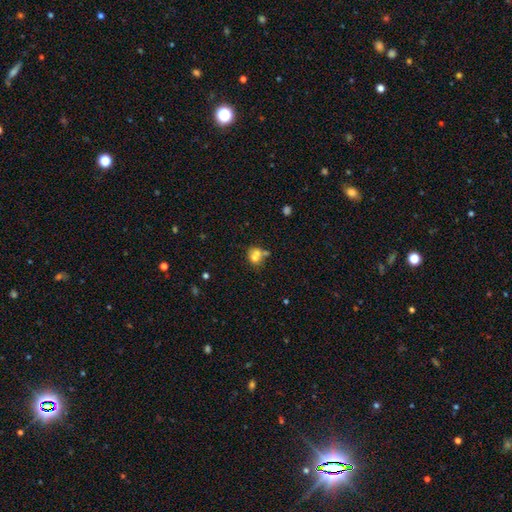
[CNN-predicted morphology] Smooth or featured: smooth — 67% (featured or disk — 20%)
How rounded: round — 69% (in between — 30%)
Merging: merger — 56% (none — 31%)